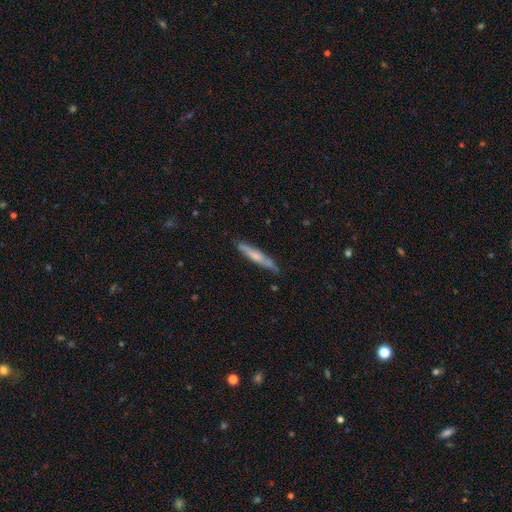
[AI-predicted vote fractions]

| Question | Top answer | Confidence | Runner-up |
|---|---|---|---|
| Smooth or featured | smooth | 51% | featured or disk (43%) |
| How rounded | cigar-shaped | 93% | in between (5%) |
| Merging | none | 79% | minor disturbance (17%) |